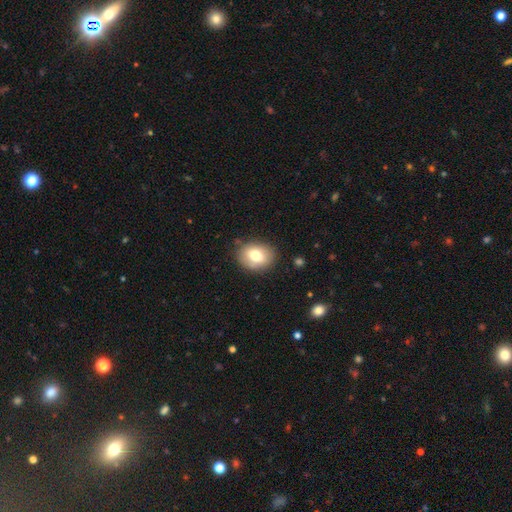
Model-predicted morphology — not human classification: A smooth galaxy with no disk features (74%) that is in between round and cigar-shaped (58%).

Vote fractions:
- Smooth or featured? smooth: 74% / featured or disk: 17% / star or artifact: 9%
- How rounded? in between: 58% / round: 41% / cigar-shaped: 1%
- Merging? none: 84% / minor disturbance: 12% / major disturbance: 3% / merger: 2%